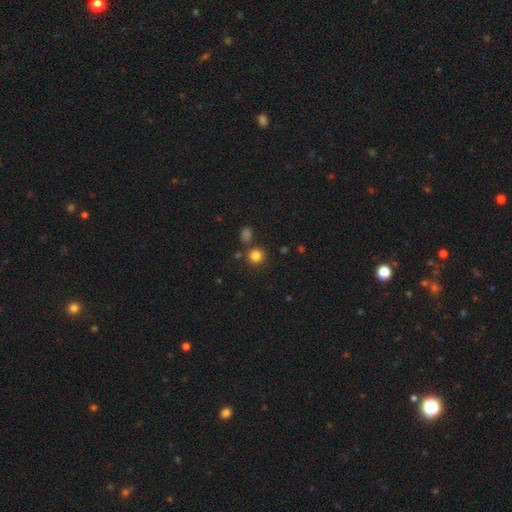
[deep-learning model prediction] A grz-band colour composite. It shows a smooth galaxy with no disk features (81%) that is round (91%). Merging: none (80%).